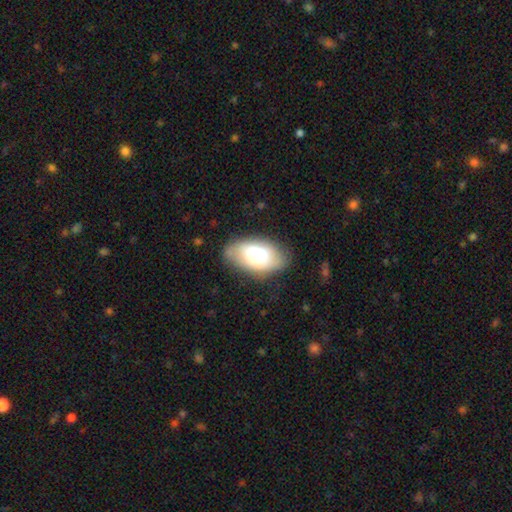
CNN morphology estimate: This appears to be a smooth galaxy with no disk features (73%) that is in between round and cigar-shaped (93%). Merging: none (70%).